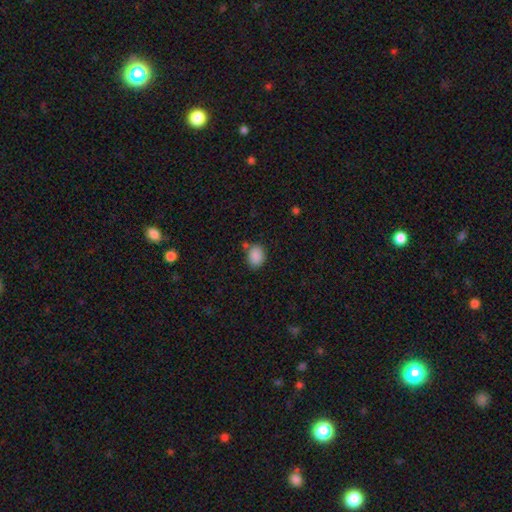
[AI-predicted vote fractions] Overall: smooth (88%). How rounded: in between (64%; round 35%). Merging: none (74%).